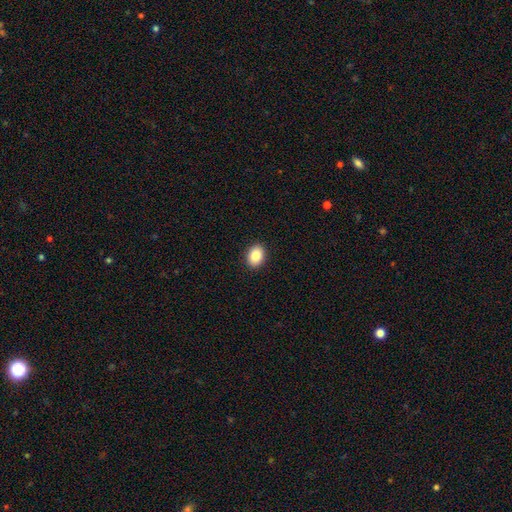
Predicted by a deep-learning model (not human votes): Smooth or featured? smooth (86%)
How rounded? in between (62%)
Merging? none (91%)